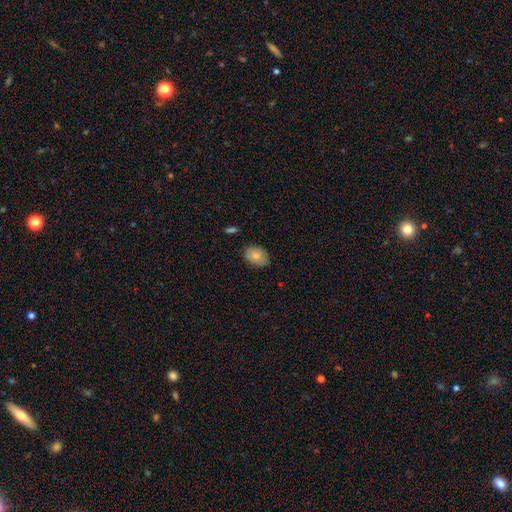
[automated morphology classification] A smooth galaxy with no disk features (82%) that is in between round and cigar-shaped (73%). Merging: none (79%).